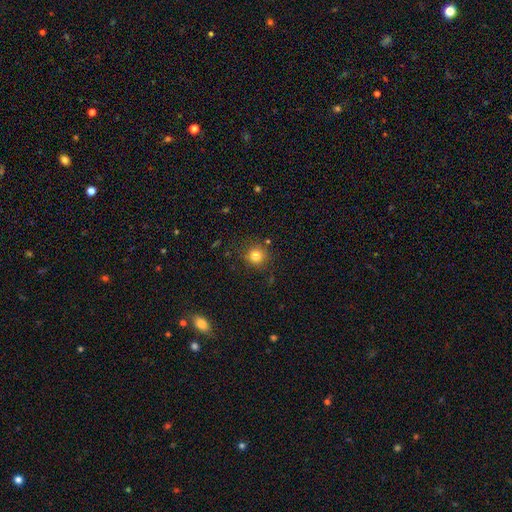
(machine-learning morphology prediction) A smooth galaxy with no disk features (80%) that is round (92%).

Vote fractions:
- Smooth or featured? smooth: 80% / star or artifact: 13% / featured or disk: 7%
- How rounded? round: 92% / in between: 7% / cigar-shaped: 1%
- Merging? none: 85% / minor disturbance: 10% / major disturbance: 3% / merger: 3%